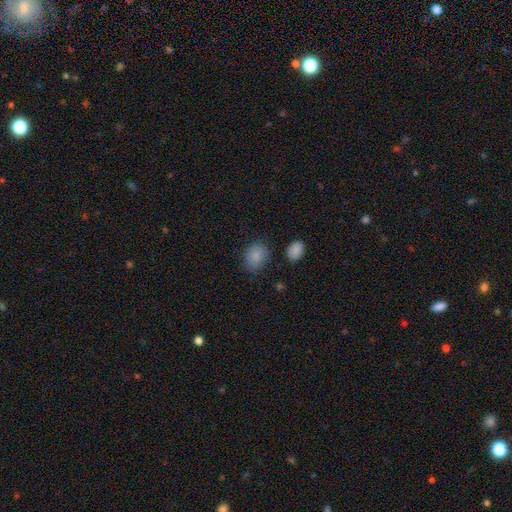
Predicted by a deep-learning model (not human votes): Overall: smooth (87%). How rounded: in between (57%; round 42%). Merging: none (79%).